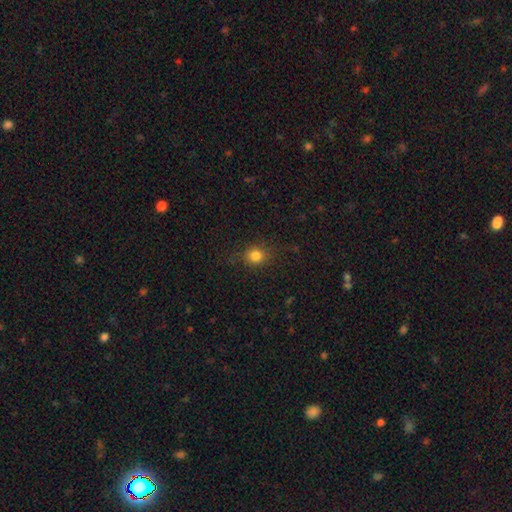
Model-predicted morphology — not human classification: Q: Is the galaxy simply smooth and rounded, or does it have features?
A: smooth — 80%.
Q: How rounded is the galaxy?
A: round — 79%.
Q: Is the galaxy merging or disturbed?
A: none — 82%.